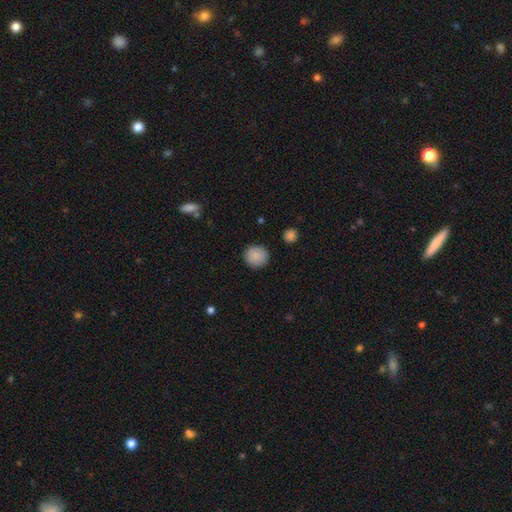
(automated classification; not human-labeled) Q: Smooth or featured?
A: smooth (87%); runner-up: star or artifact (8%)
Q: How rounded?
A: round (91%); runner-up: in between (8%)
Q: Merging?
A: none (89%); runner-up: minor disturbance (8%)